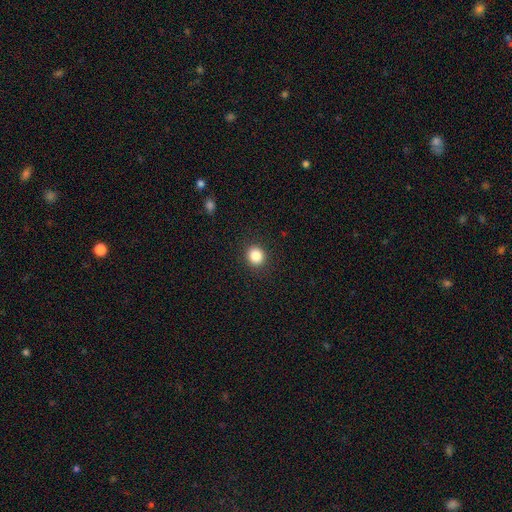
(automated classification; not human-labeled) A smooth galaxy with no disk features (86%) that is round (84%). Merging: none (91%).